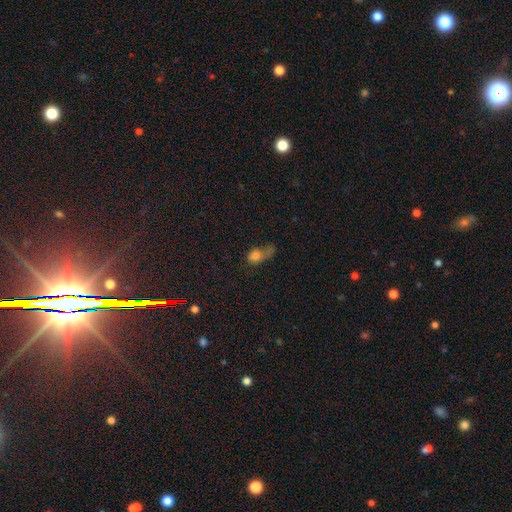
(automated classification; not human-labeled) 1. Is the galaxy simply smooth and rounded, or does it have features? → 71% smooth, 16% featured or disk, 13% star or artifact.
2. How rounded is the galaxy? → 52% round, 45% in between, 3% cigar-shaped.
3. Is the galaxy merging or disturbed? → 34% major disturbance, 26% merger, 23% none, 17% minor disturbance.